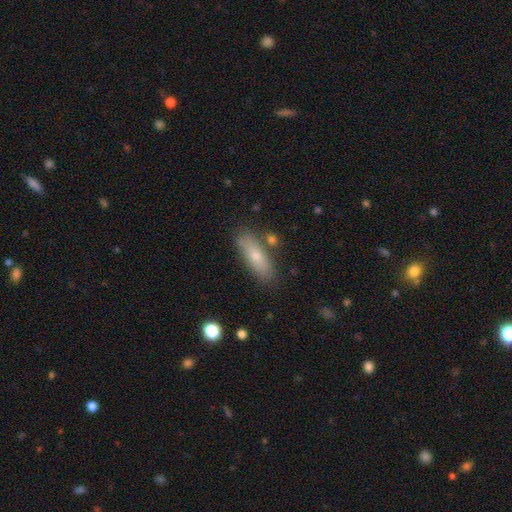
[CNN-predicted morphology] Smooth or featured: smooth — 72% (featured or disk — 21%)
How rounded: in between — 54% (cigar-shaped — 43%)
Merging: none — 80% (minor disturbance — 12%)